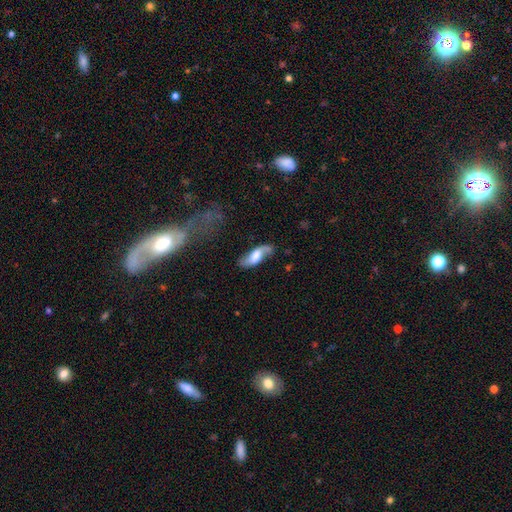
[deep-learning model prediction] Morphology: type=featured or disk (56%); edge-on=no (83%); merging=none (68%).